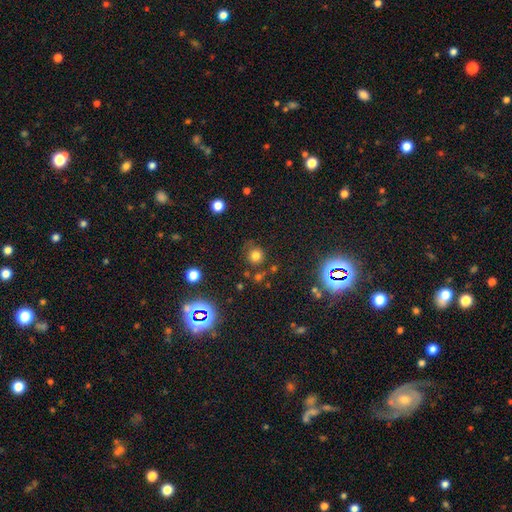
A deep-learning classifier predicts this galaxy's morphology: A smooth galaxy with no disk features (72%) that is round (89%). Merging: none (74%).